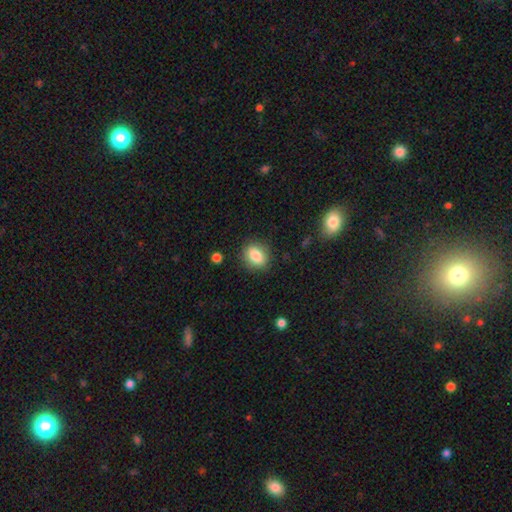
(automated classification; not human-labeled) This is clearly a smooth galaxy (84%). How rounded: possibly in between (53%). Merging: clearly none (86%).